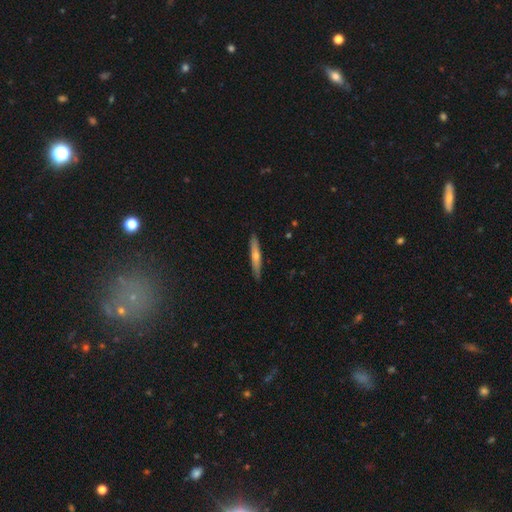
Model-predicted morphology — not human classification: Smooth or featured?
  - featured or disk: 54% *
  - smooth: 39%
  - star or artifact: 7%
Edge-on disk?
  - yes: 94% *
  - no: 6%
Edge-on bulge?
  - rounded: 78% *
  - none: 19%
  - boxy: 3%
Merging?
  - none: 90% *
  - minor disturbance: 7%
  - major disturbance: 1%
  - merger: 1%